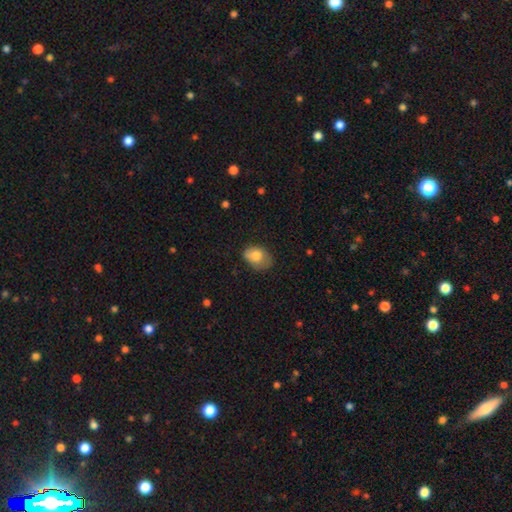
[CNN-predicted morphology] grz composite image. It shows a smooth galaxy with no disk features (78%) that is in between round and cigar-shaped (73%). Merging: none (58%).